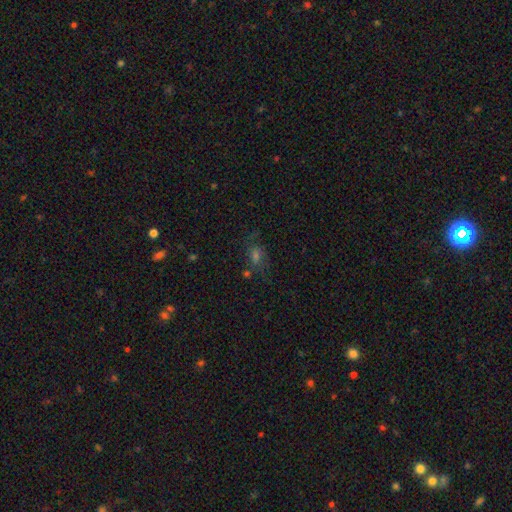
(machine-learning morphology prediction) This is marginally a smooth galaxy (39%). Merging: likely none (65%).